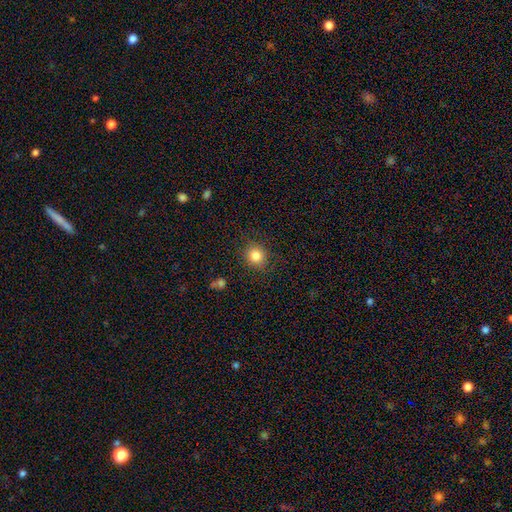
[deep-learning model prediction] Smooth or featured: smooth — 84% (star or artifact — 11%)
How rounded: round — 79% (in between — 20%)
Merging: none — 87% (minor disturbance — 9%)